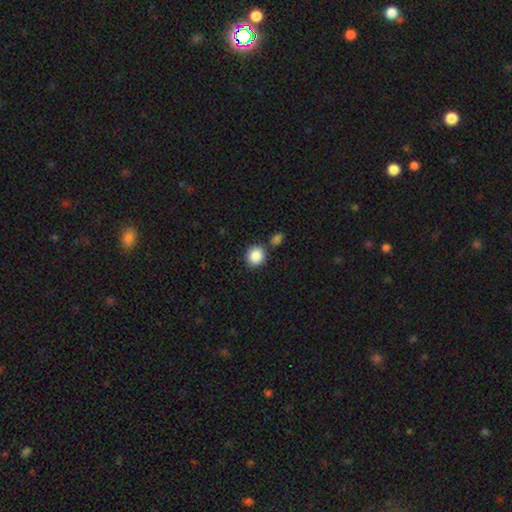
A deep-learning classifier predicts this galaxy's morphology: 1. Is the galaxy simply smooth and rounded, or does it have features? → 88% smooth, 8% star or artifact, 3% featured or disk.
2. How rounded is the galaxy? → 84% round, 15% in between, 1% cigar-shaped.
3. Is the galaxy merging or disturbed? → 78% none, 10% merger, 9% minor disturbance, 3% major disturbance.